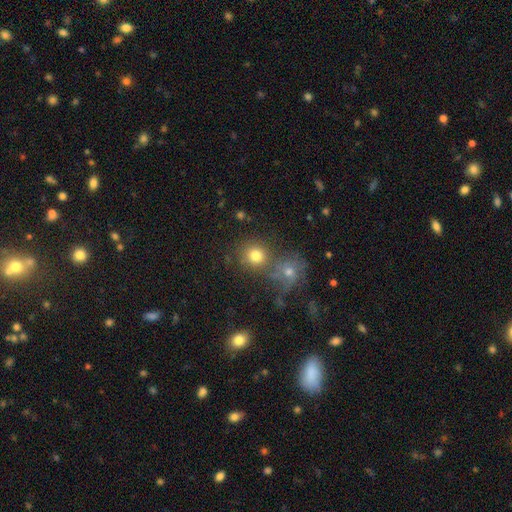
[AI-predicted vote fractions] Q: Smooth or featured?
A: smooth (75%); runner-up: star or artifact (13%)
Q: How rounded?
A: round (82%); runner-up: in between (17%)
Q: Merging?
A: none (53%); runner-up: merger (33%)